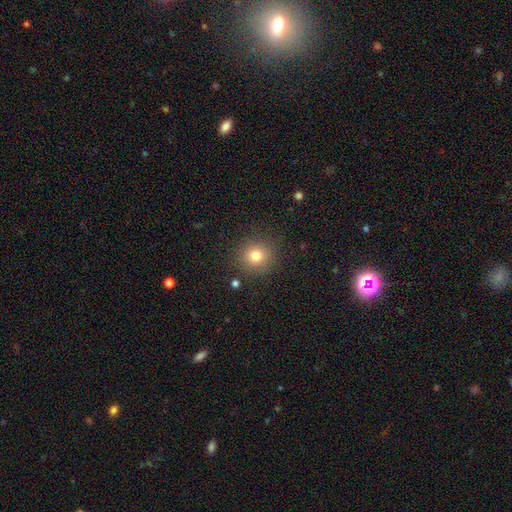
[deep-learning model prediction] Smooth or featured? smooth (78%)
How rounded? round (92%)
Merging? none (88%)